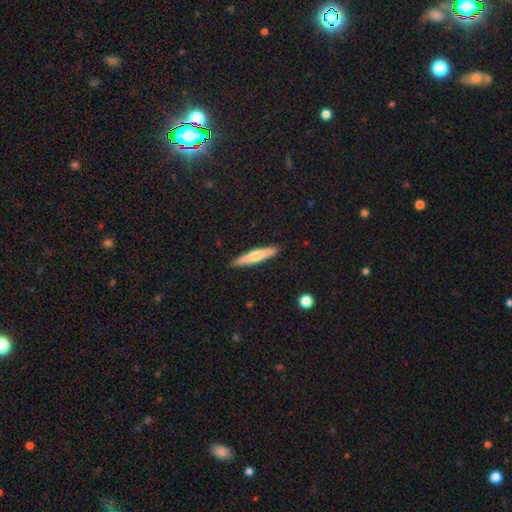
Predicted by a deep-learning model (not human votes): This appears to be a smooth galaxy with no disk features (57%) that is cigar-shaped (88%). Merging: none (89%).